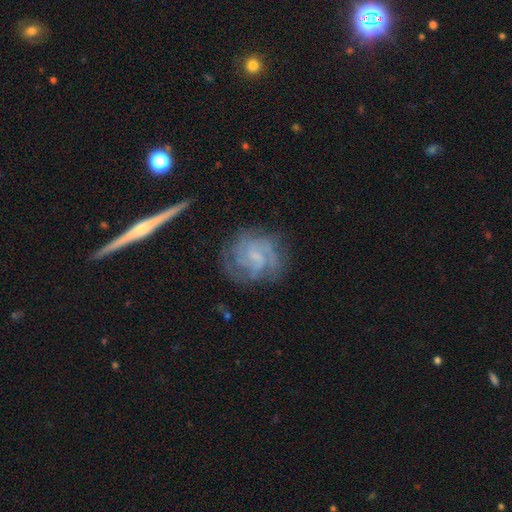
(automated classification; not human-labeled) The model was most divided on "bar" (2-way tie): weak: 44%, no: 44%, strong: 12%. Remaining: edge-on disk — no (96%); spiral arms — yes (95%); smooth or featured — featured or disk (82%); merging — none (74%); spiral winding — tight (55%); bulge size — small (50%); spiral arm count — 2 (31%).